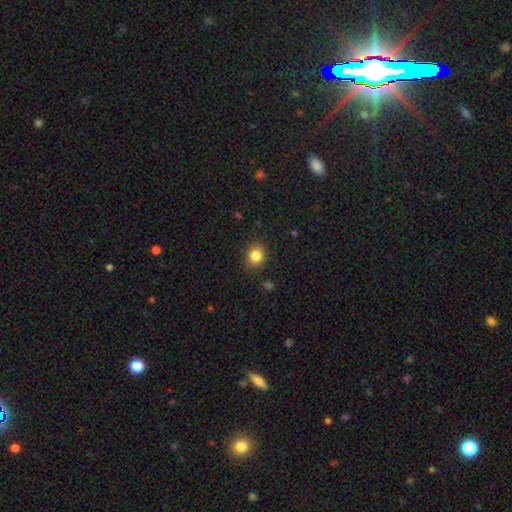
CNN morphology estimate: The model was most divided on "how rounded": round: 71%, in between: 28%, cigar-shaped: 1%. More confident: merging — none (88%); smooth or featured — smooth (84%).